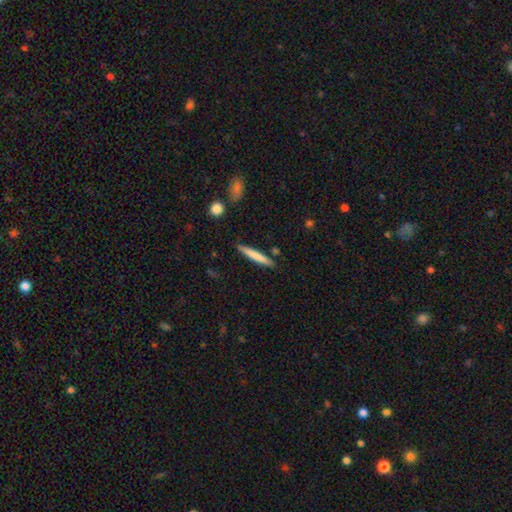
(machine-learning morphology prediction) Smooth or featured? Predicted: smooth (p=0.74). How rounded? Predicted: cigar-shaped (p=0.95). Merging? Predicted: none (p=0.87).